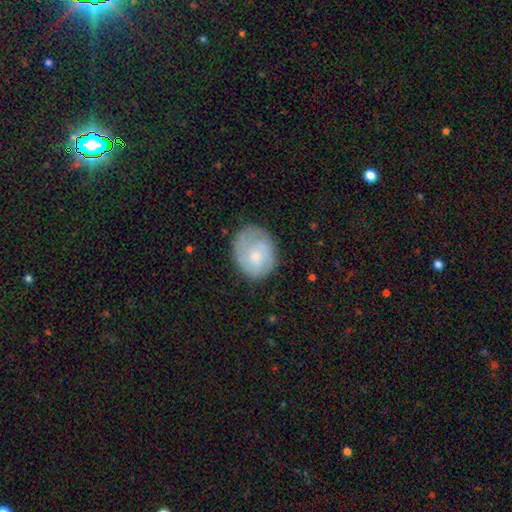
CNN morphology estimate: This is possibly a featured or disk galaxy (48%). Merging: likely none (66%).